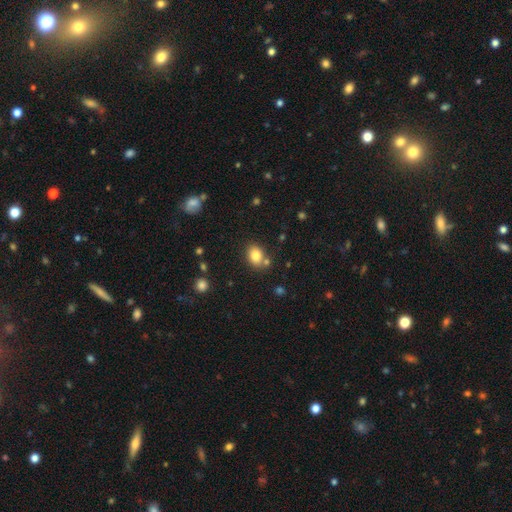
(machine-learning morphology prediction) A smooth galaxy with no disk features (82%) that is in between round and cigar-shaped (59%).

Vote fractions:
- Smooth or featured? smooth: 82% / star or artifact: 10% / featured or disk: 8%
- How rounded? in between: 59% / round: 40% / cigar-shaped: 1%
- Merging? none: 70% / merger: 14% / minor disturbance: 12% / major disturbance: 4%